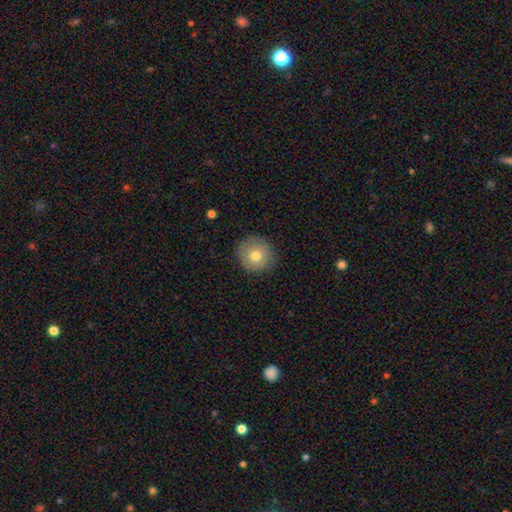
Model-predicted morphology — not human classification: Smooth or featured? smooth (74%)
How rounded? round (94%)
Merging? none (86%)